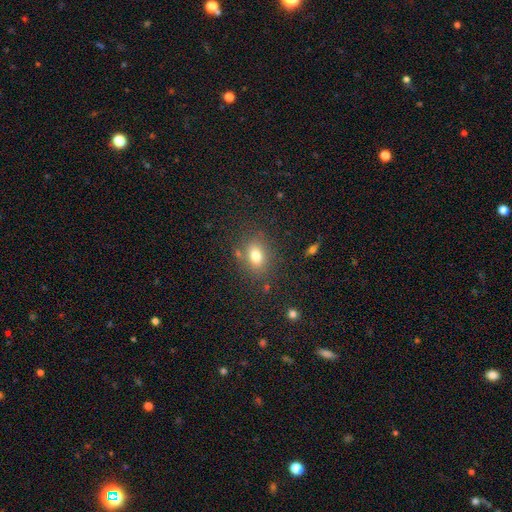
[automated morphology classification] Overall: smooth (77%). How rounded: in between (72%). Merging: none (77%).